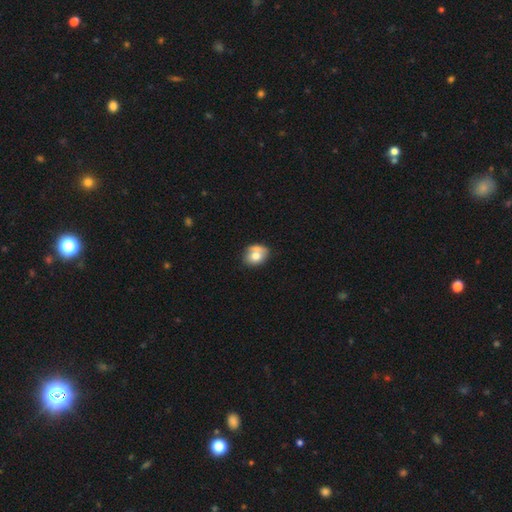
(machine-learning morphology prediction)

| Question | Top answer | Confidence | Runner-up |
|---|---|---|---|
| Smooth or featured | smooth | 68% | featured or disk (23%) |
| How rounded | in between | 50% | round (49%) |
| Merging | none | 45% | merger (24%) |